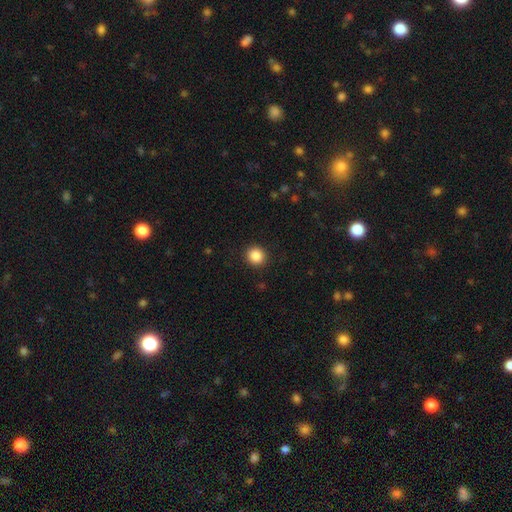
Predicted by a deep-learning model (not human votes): Smooth or featured?
  - smooth: 86% *
  - star or artifact: 10%
  - featured or disk: 4%
How rounded?
  - round: 91% *
  - in between: 9%
  - cigar-shaped: 1%
Merging?
  - none: 91% *
  - minor disturbance: 6%
  - major disturbance: 2%
  - merger: 1%